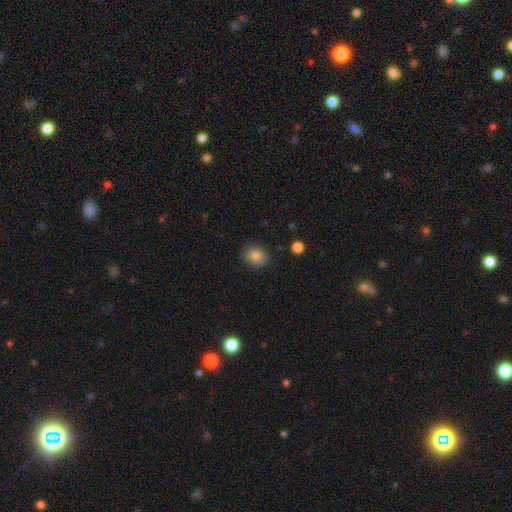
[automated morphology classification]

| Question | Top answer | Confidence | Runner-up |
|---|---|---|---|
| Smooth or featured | smooth | 83% | star or artifact (10%) |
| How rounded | round | 52% | in between (47%) |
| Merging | none | 86% | minor disturbance (10%) |